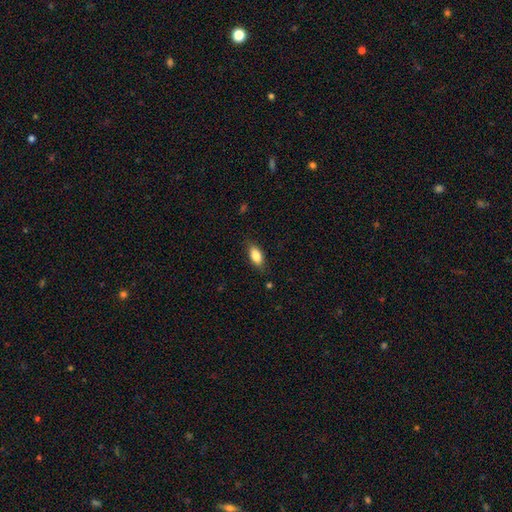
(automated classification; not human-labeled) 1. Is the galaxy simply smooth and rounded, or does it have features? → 82% smooth, 10% featured or disk, 7% star or artifact.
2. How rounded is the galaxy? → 85% in between, 11% cigar-shaped, 4% round.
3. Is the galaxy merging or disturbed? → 81% none, 14% minor disturbance, 3% major disturbance, 1% merger.